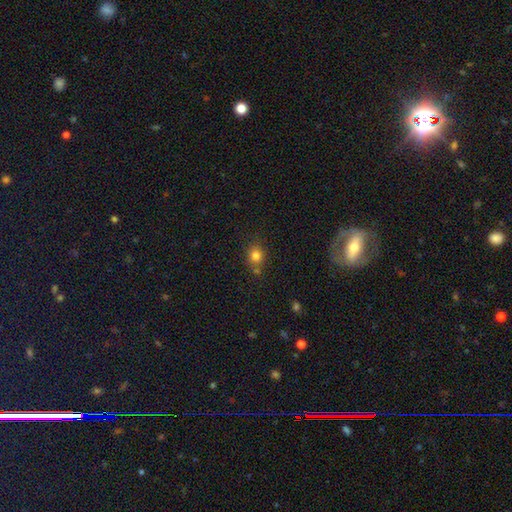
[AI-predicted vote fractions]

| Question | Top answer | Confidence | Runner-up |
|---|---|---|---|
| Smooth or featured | smooth | 80% | star or artifact (13%) |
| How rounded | round | 68% | in between (30%) |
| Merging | none | 70% | minor disturbance (15%) |